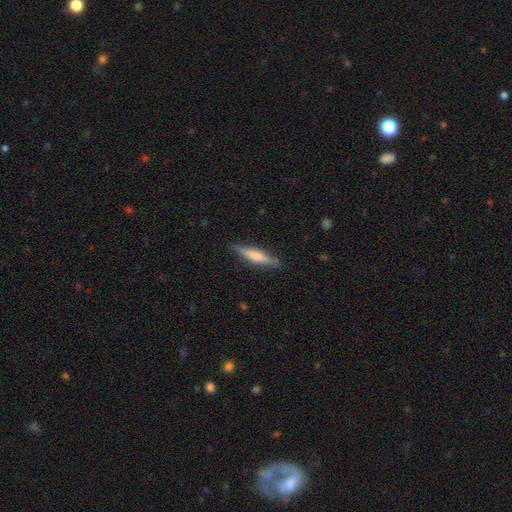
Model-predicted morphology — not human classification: Smooth or featured: smooth — 56% (featured or disk — 38%)
How rounded: cigar-shaped — 86% (in between — 13%)
Merging: none — 86% (minor disturbance — 10%)